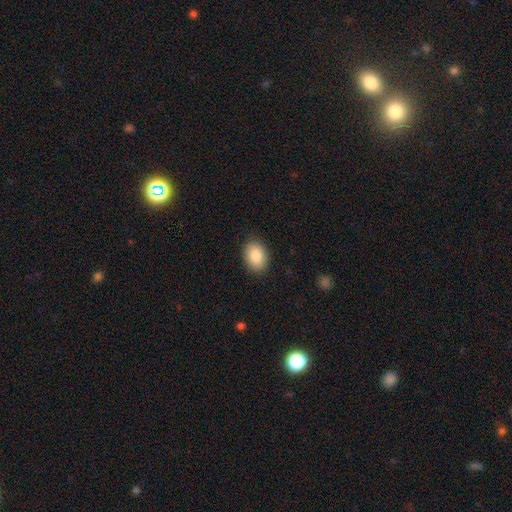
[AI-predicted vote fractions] Smooth or featured?
  - smooth: 87% *
  - star or artifact: 7%
  - featured or disk: 6%
How rounded?
  - in between: 80% *
  - round: 19%
  - cigar-shaped: 1%
Merging?
  - none: 88% *
  - minor disturbance: 9%
  - major disturbance: 2%
  - merger: 1%